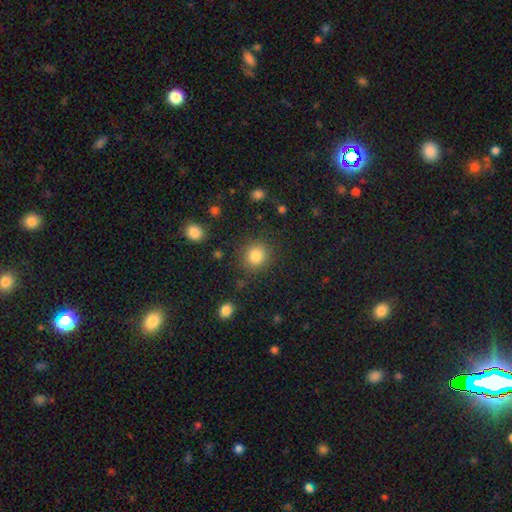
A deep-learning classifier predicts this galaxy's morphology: The model was most divided on "how rounded": round: 86%, in between: 13%, cigar-shaped: 1%. More confident: merging — none (86%); smooth or featured — smooth (85%).